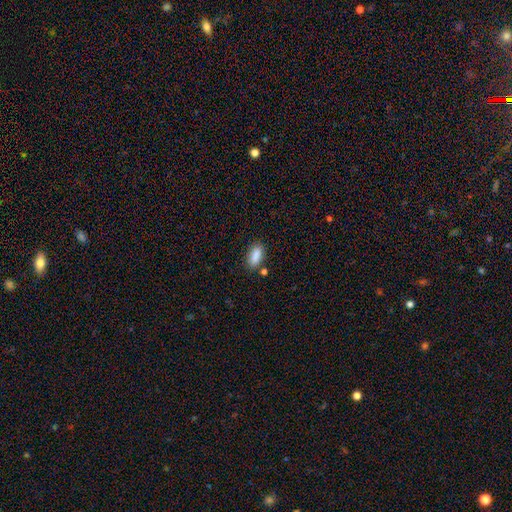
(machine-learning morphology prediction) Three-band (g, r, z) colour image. It shows a smooth galaxy with no disk features (88%) that is in between round and cigar-shaped (83%). Merging: none (78%).